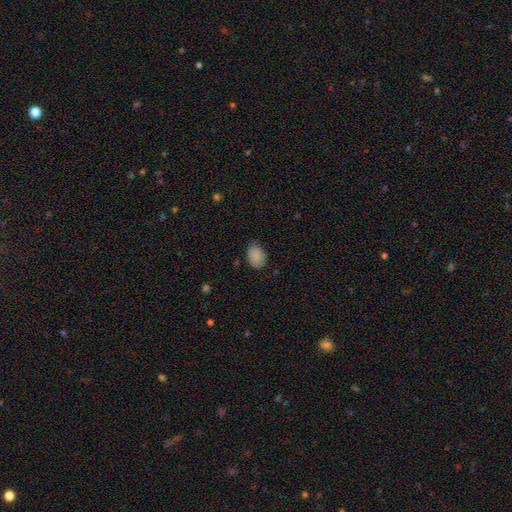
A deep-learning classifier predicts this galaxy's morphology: Q: Smooth or featured?
A: smooth (87%); runner-up: star or artifact (8%)
Q: How rounded?
A: in between (73%); runner-up: round (26%)
Q: Merging?
A: none (77%); runner-up: minor disturbance (18%)